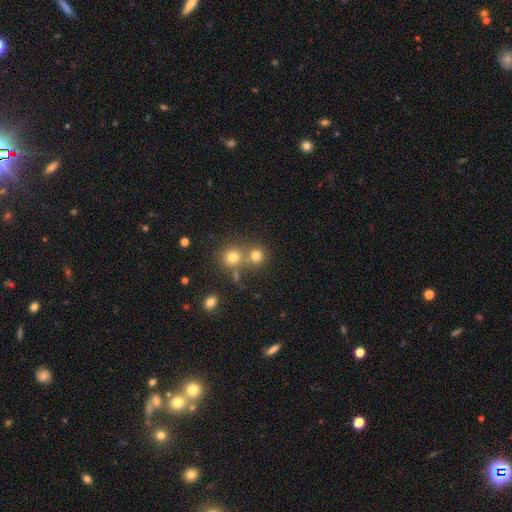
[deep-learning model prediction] smooth 75%, star or artifact 15%, featured or disk 9%. Down the decision tree: how rounded — round (88%); merging — none (53%).